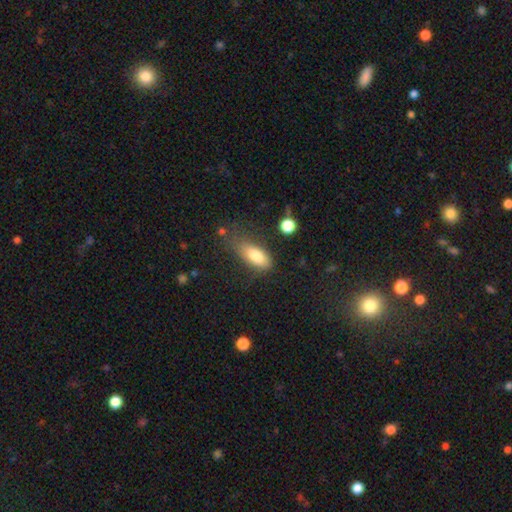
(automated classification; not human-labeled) Q: Smooth or featured?
A: smooth (80%); runner-up: featured or disk (12%)
Q: How rounded?
A: in between (82%); runner-up: cigar-shaped (14%)
Q: Merging?
A: none (54%); runner-up: minor disturbance (28%)